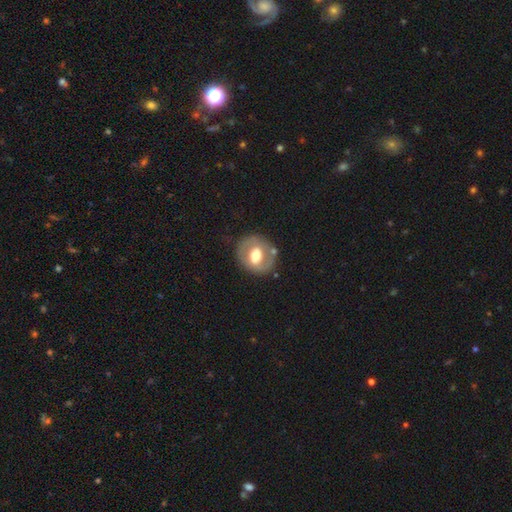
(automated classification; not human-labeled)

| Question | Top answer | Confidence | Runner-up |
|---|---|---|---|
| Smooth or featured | featured or disk | 52% | smooth (42%) |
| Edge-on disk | no | 95% | yes (5%) |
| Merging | none | 74% | minor disturbance (15%) |